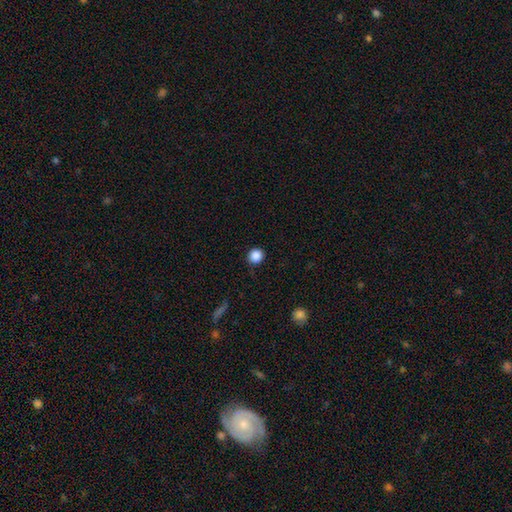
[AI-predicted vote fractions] The model was most divided on "smooth or featured": smooth: 87%, star or artifact: 10%, featured or disk: 3%. More confident: how rounded — round (94%); merging — none (91%).